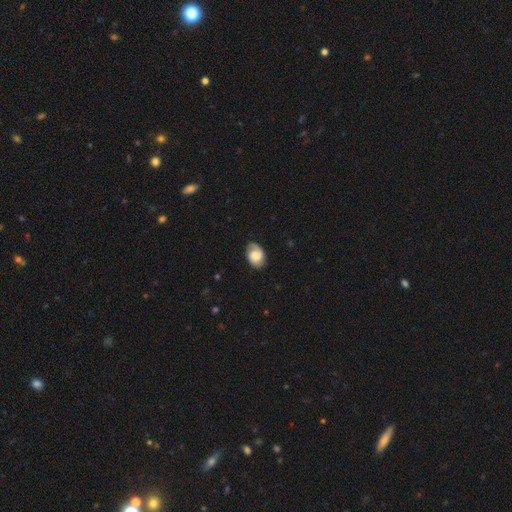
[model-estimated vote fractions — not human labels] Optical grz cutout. It shows a smooth galaxy with no disk features (51%) that is in between round and cigar-shaped (76%). Merging: none (71%).